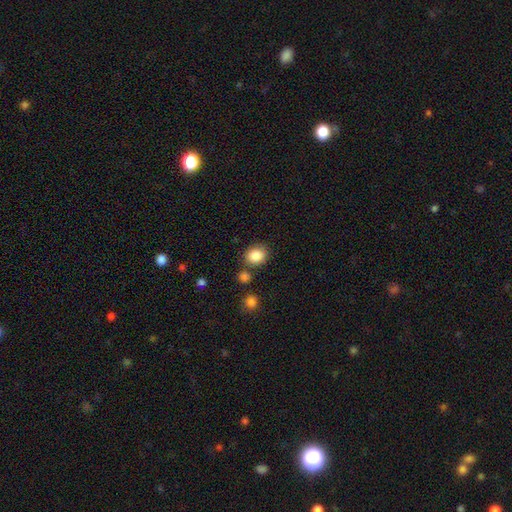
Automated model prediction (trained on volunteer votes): The model was most divided on "how rounded": round: 60%, in between: 39%, cigar-shaped: 1%. More confident: smooth or featured — smooth (86%); merging — none (76%).